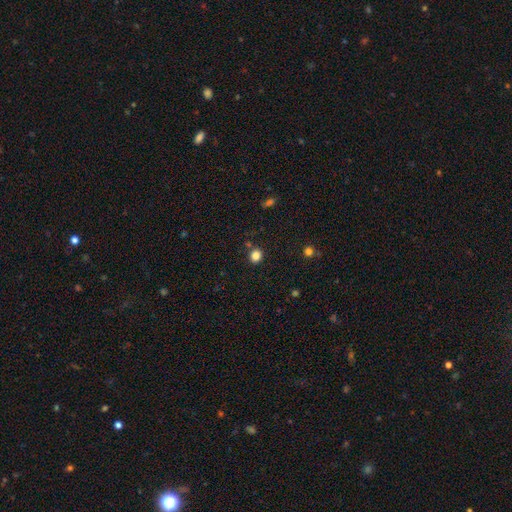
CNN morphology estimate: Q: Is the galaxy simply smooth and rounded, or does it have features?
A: smooth — 83%.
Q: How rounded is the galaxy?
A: round — 72%.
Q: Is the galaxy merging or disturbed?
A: none — 83%.